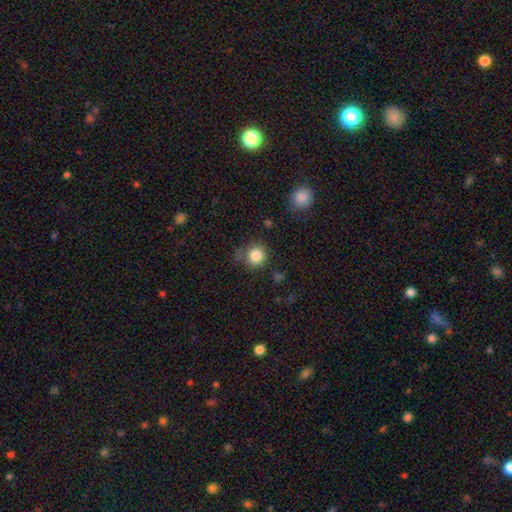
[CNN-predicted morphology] smooth_or_featured: smooth (p=0.84) [alt: star or artifact p=0.11]
how_rounded: round (p=0.91) [alt: in between p=0.08]
merging: none (p=0.75) [alt: minor disturbance p=0.16]